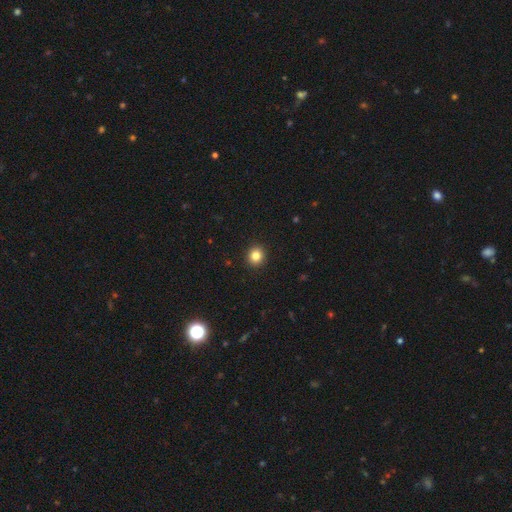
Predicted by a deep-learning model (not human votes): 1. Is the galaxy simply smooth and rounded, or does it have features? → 83% smooth, 11% star or artifact, 5% featured or disk.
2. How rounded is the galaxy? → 87% round, 12% in between, 1% cigar-shaped.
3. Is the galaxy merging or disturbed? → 93% none, 5% minor disturbance, 2% major disturbance, 1% merger.